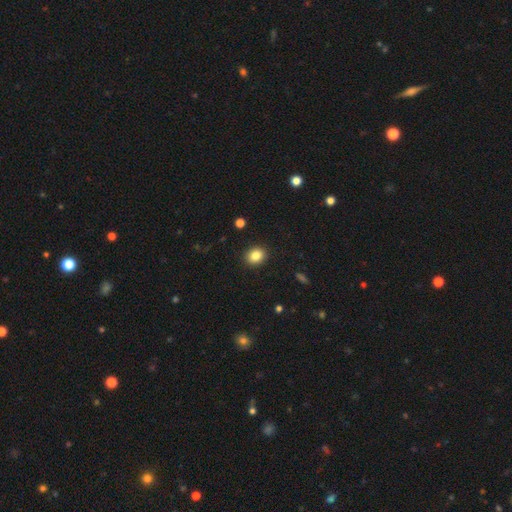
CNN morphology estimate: The model was most divided on "how rounded": round: 60%, in between: 39%, cigar-shaped: 1%. More confident: merging — none (91%); smooth or featured — smooth (84%).